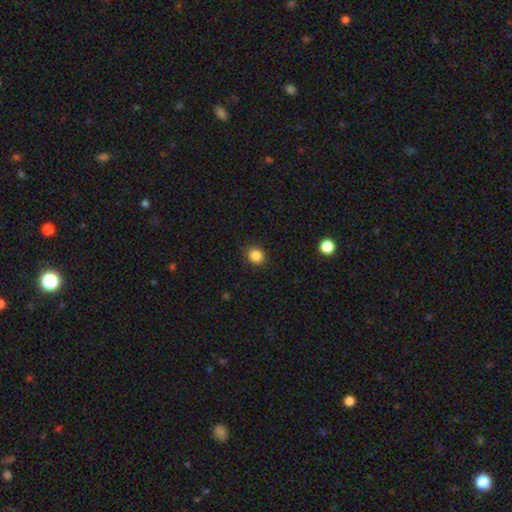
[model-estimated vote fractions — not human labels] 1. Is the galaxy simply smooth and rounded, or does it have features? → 86% smooth, 11% star or artifact, 4% featured or disk.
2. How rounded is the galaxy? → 75% round, 24% in between, 1% cigar-shaped.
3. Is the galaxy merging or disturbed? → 88% none, 8% minor disturbance, 2% major disturbance, 1% merger.